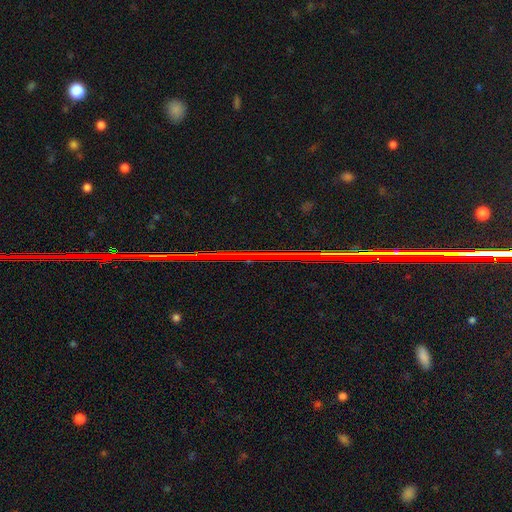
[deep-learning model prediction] The model was most divided on "smooth or featured": star or artifact: 83%, featured or disk: 9%, smooth: 7%.